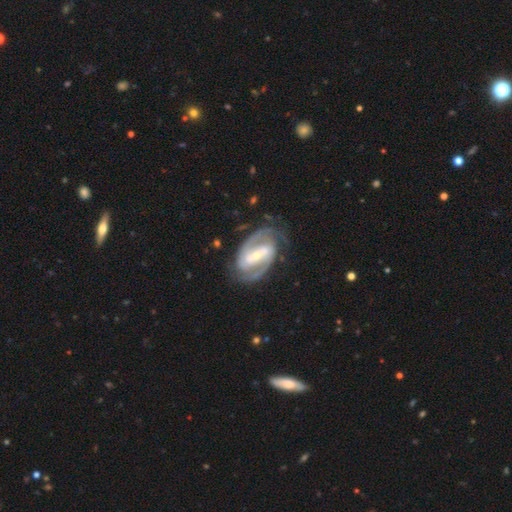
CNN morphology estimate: smooth-or-featured: featured or disk: 91% | smooth: 5% | star or artifact: 4%
  disk-edge-on: no: 97% | yes: 3%
    bar: strong: 68% | weak: 24% | no: 8%
    has-spiral-arms: yes: 97% | no: 3%
      spiral-winding: medium: 50% | tight: 40% | loose: 10%
      spiral-arm-count: 2: 90% | can't tell: 3% | 3: 3% | 1: 1% | 4: 1% | more than 4: 1%
    bulge-size: small: 54% | moderate: 41% | large: 3% | none: 2% | dominant: 1%
  merging: none: 76% | minor disturbance: 15% | major disturbance: 7% | merger: 2%